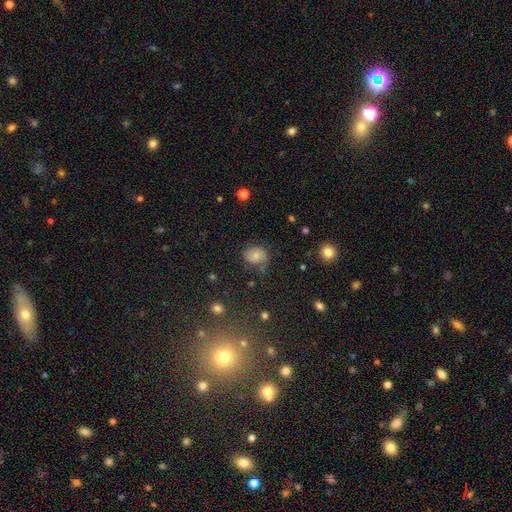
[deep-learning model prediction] smooth-or-featured: smooth: 66% | featured or disk: 21% | star or artifact: 14%
  how-rounded: round: 51% | in between: 48% | cigar-shaped: 1%
  merging: none: 58% | minor disturbance: 27% | major disturbance: 11% | merger: 4%